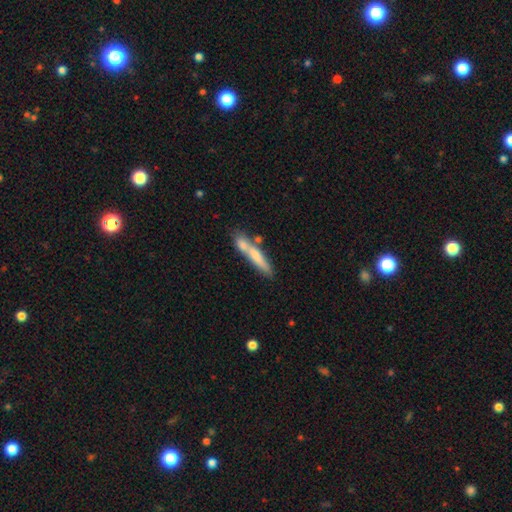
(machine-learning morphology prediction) This appears to be a smooth galaxy with no disk features (65%) that is cigar-shaped (88%). Merging: none (52%).